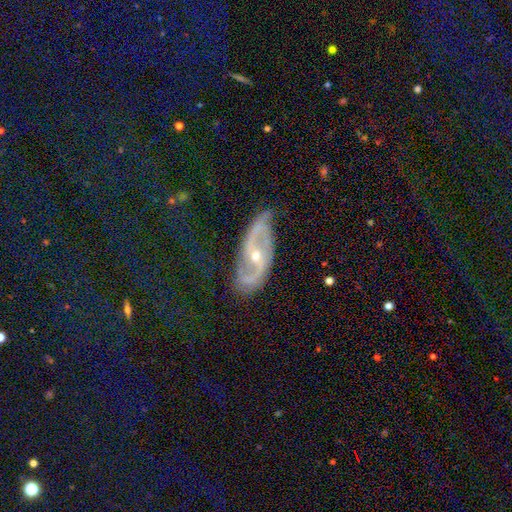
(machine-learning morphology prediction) type=featured or disk (80%); edge-on=no (92%); bar=no (44%); spiral arms=yes (92%); winding=medium (42%); arm count=2 (90%); bulge=small (51%); merging=none (76%).